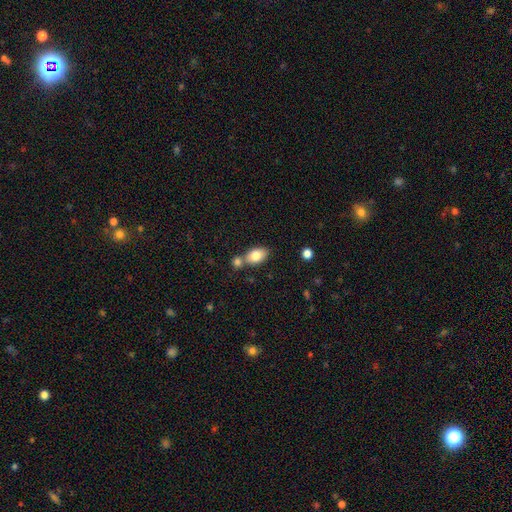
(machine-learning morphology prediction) A smooth galaxy with no disk features (80%) that is in between round and cigar-shaped (87%).

Vote fractions:
- Smooth or featured? smooth: 80% / featured or disk: 12% / star or artifact: 8%
- How rounded? in between: 87% / round: 10% / cigar-shaped: 2%
- Merging? none: 53% / merger: 32% / minor disturbance: 11% / major disturbance: 3%